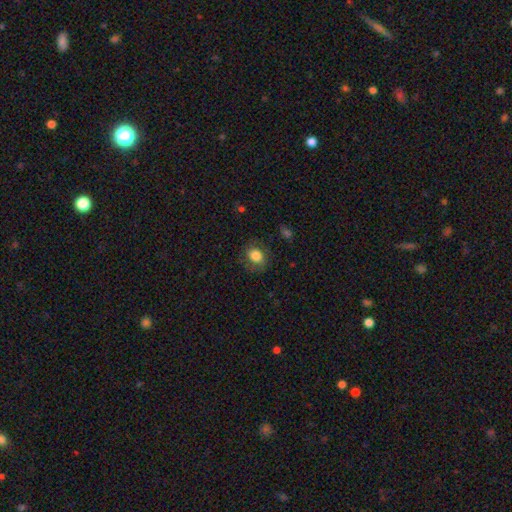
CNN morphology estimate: Smooth or featured? Predicted: smooth (p=0.79). How rounded? Predicted: in between (p=0.50). Merging? Predicted: none (p=0.76).